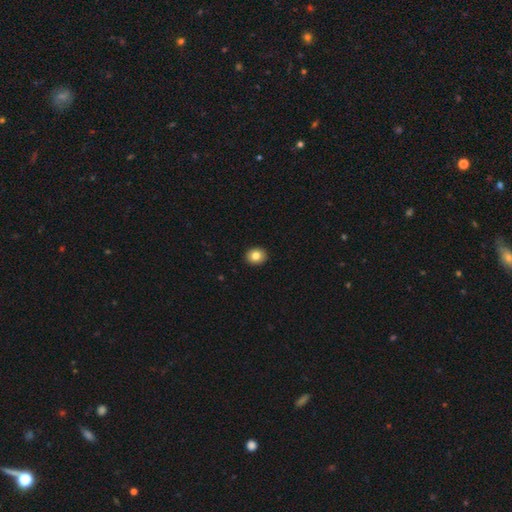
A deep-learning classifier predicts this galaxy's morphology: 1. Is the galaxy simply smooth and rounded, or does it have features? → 83% smooth, 9% star or artifact, 8% featured or disk.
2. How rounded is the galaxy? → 66% round, 33% in between, 1% cigar-shaped.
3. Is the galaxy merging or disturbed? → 92% none, 5% minor disturbance, 1% major disturbance, 1% merger.